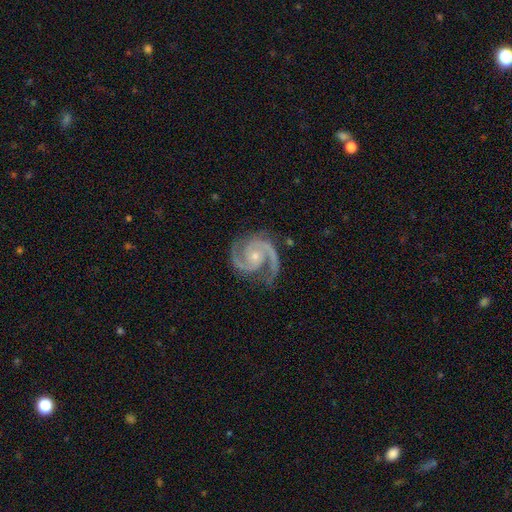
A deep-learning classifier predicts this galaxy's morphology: smooth_or_featured: featured or disk (p=0.94) [alt: star or artifact p=0.04]
disk_edge_on: no (p=0.98) [alt: yes p=0.02]
bar: no (p=0.69) [alt: weak p=0.23]
has_spiral_arms: yes (p=0.99) [alt: no p=0.01]
spiral_winding: medium (p=0.53) [alt: tight p=0.42]
spiral_arm_count: 2 (p=0.92) [alt: 3 p=0.04]
bulge_size: small (p=0.71) [alt: moderate p=0.25]
merging: none (p=0.81) [alt: minor disturbance p=0.14]